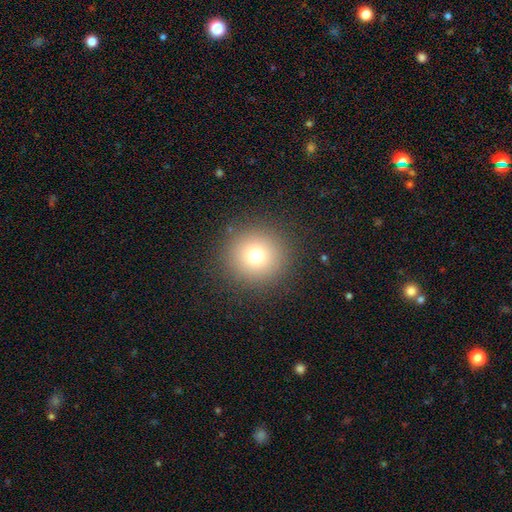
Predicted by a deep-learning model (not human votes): This appears to be a smooth galaxy with no disk features (74%) that is round (96%). Merging: none (90%).